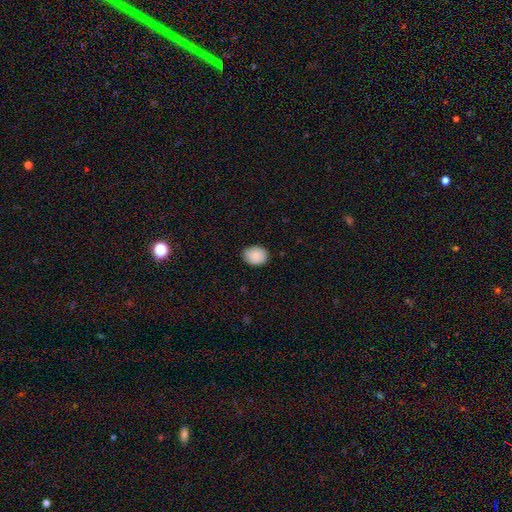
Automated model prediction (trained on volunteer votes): Overall: smooth (88%). How rounded: in between (56%; round 43%). Merging: none (86%).